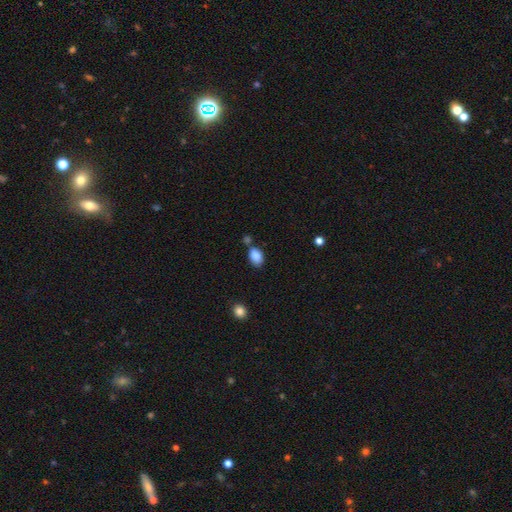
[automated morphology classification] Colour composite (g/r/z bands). It shows a smooth galaxy with no disk features (87%) that is in between round and cigar-shaped (83%). Merging: none (62%).